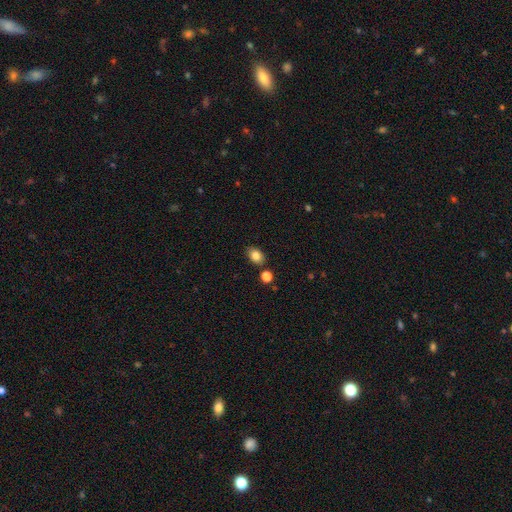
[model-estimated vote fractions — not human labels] Smooth or featured? Predicted: smooth (p=0.84). How rounded? Predicted: in between (p=0.71). Merging? Predicted: none (p=0.82).